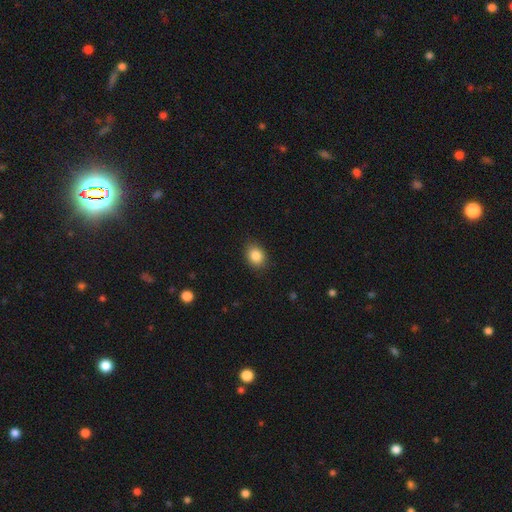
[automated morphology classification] A smooth galaxy with no disk features (86%) that is in between round and cigar-shaped (56%). Merging: none (86%).